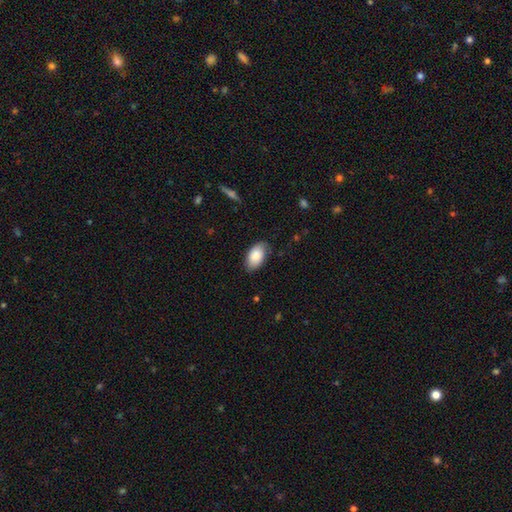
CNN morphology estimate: A smooth galaxy with no disk features (85%) that is in between round and cigar-shaped (94%). Merging: none (79%).